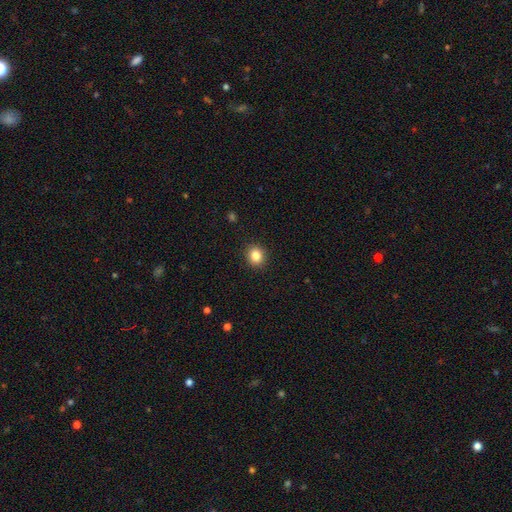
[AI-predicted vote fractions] Morphology: type=smooth (84%); roundness=round (82%); merging=none (92%).